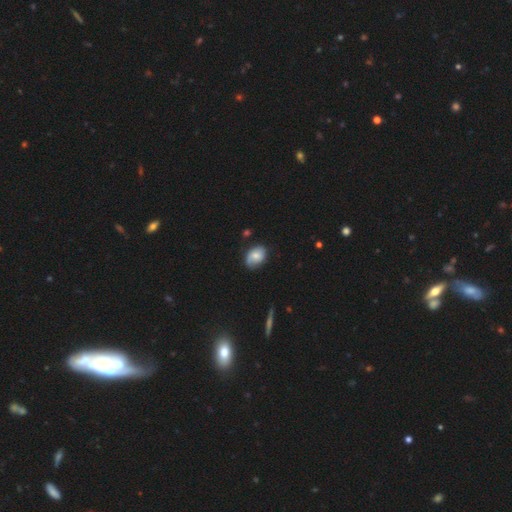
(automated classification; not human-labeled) Smooth or featured: smooth — 64% (featured or disk — 28%)
How rounded: in between — 75% (round — 24%)
Merging: none — 66% (minor disturbance — 26%)